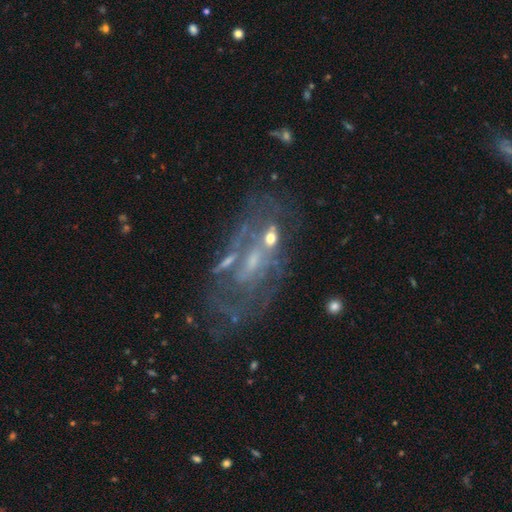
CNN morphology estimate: featured or disk 73%, smooth 14%, star or artifact 13%. Down the decision tree: edge-on disk — no (93%); bar — no (51%); spiral arms — yes (50%, tied with no); bulge size — small (52%); merging — none (54%).